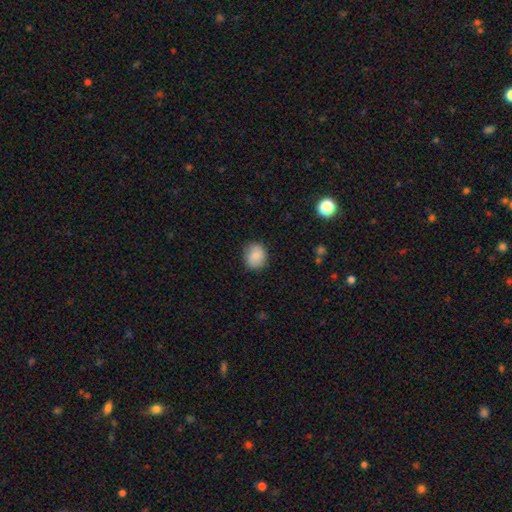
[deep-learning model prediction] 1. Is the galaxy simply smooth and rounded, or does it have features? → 85% smooth, 8% featured or disk, 8% star or artifact.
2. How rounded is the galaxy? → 77% round, 22% in between, 1% cigar-shaped.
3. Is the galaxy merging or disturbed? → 85% none, 11% minor disturbance, 3% major disturbance, 1% merger.